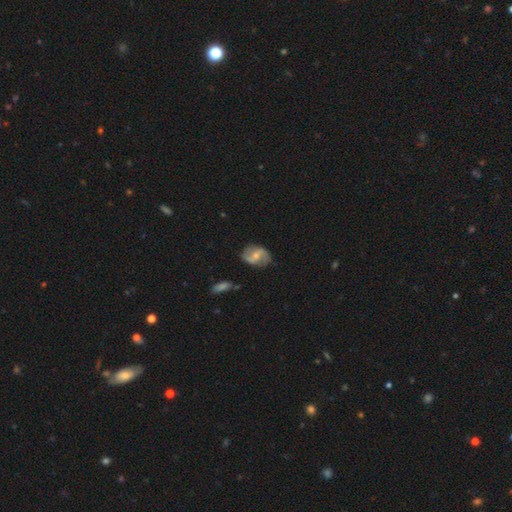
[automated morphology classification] The model was most divided on "bulge size": moderate: 53%, small: 43%, none: 2%, large: 2%, dominant: 1%. Remaining: edge-on disk — no (96%); spiral arm count — 2 (88%); spiral arms — yes (84%); merging — none (76%); smooth or featured — featured or disk (67%); spiral winding — loose (50%); bar — weak (42%).